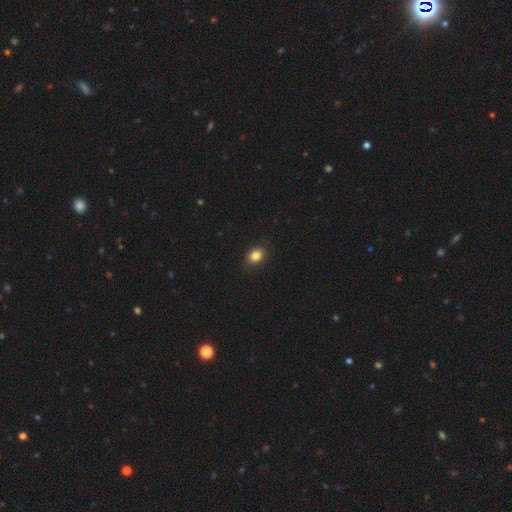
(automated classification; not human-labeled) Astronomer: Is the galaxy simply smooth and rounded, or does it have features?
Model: smooth — 84%.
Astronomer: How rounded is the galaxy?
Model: in between — 58% (runner-up: round, 41%).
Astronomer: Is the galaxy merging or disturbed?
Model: none — 87%.